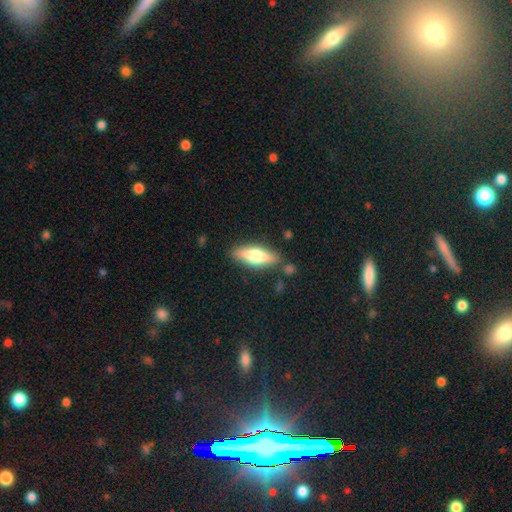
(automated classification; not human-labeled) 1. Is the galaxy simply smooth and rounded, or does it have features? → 60% smooth, 34% featured or disk, 6% star or artifact.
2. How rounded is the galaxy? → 54% in between, 44% cigar-shaped, 2% round.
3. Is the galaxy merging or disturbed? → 82% none, 12% minor disturbance, 4% merger, 3% major disturbance.